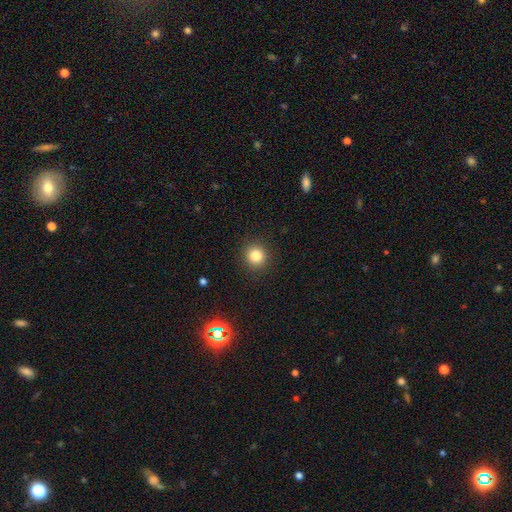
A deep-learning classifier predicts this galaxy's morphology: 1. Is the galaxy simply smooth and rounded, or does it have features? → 83% smooth, 12% star or artifact, 5% featured or disk.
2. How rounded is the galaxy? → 90% round, 9% in between, 1% cigar-shaped.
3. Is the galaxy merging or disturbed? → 91% none, 6% minor disturbance, 2% major disturbance, 1% merger.